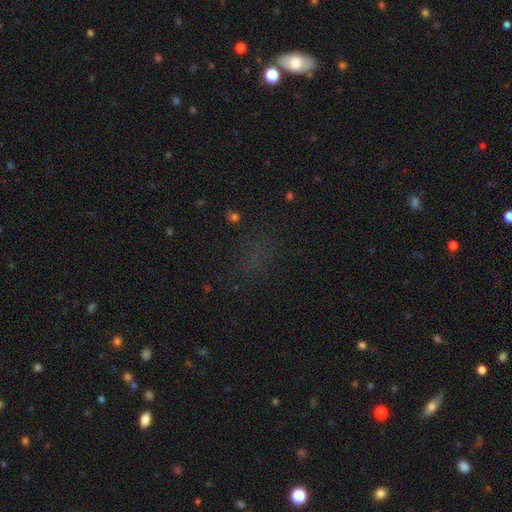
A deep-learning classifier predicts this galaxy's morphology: A star or artifact, not a galaxy (49%).